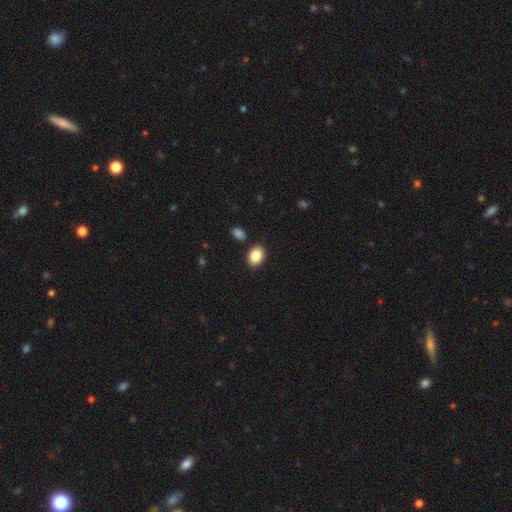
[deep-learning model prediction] smooth-or-featured: smooth: 87% | star or artifact: 7% | featured or disk: 5%
  how-rounded: in between: 79% | round: 20% | cigar-shaped: 1%
  merging: none: 85% | minor disturbance: 9% | merger: 4% | major disturbance: 2%